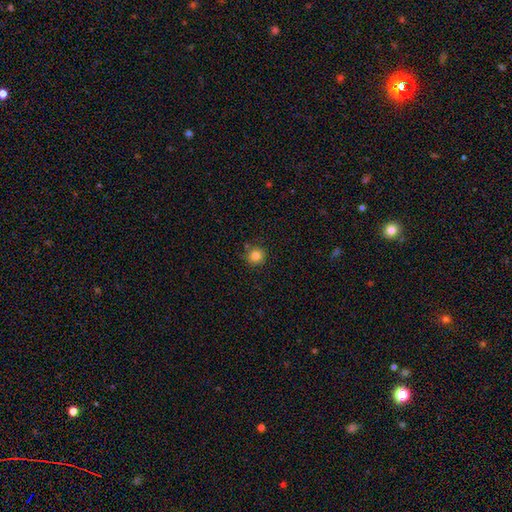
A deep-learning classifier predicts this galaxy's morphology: Smooth or featured? smooth (82%)
How rounded? round (94%)
Merging? none (85%)